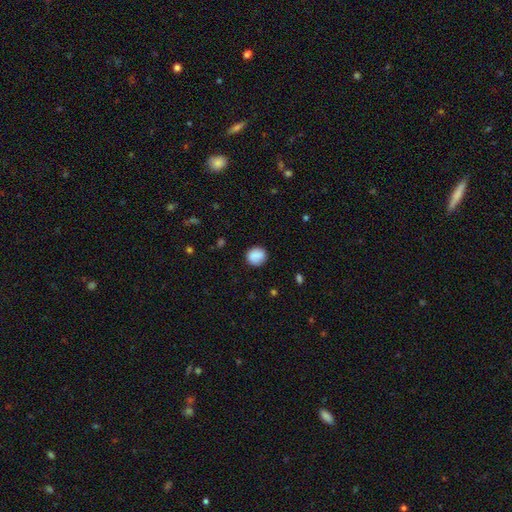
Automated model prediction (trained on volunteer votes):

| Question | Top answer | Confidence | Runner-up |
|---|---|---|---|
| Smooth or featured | smooth | 87% | star or artifact (8%) |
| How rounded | round | 83% | in between (16%) |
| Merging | none | 86% | minor disturbance (10%) |